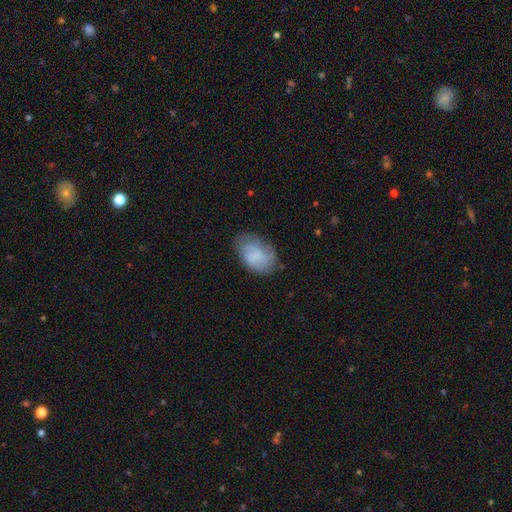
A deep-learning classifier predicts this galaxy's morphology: Smooth or featured?
  - smooth: 62% *
  - featured or disk: 30%
  - star or artifact: 8%
How rounded?
  - in between: 86% *
  - round: 13%
  - cigar-shaped: 1%
Merging?
  - none: 56% *
  - minor disturbance: 30%
  - major disturbance: 12%
  - merger: 2%